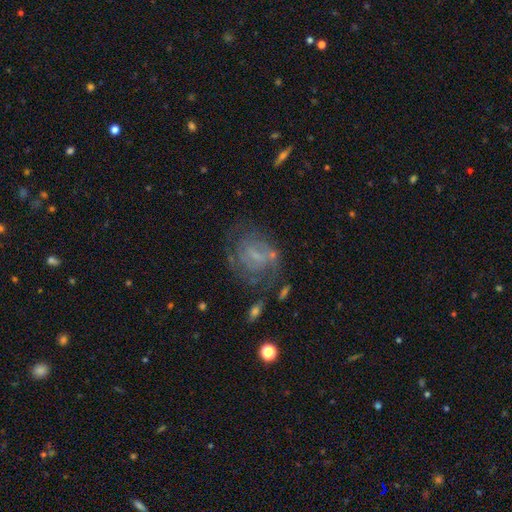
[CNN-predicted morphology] smooth_or_featured: featured or disk (p=0.66) [alt: smooth p=0.22]
disk_edge_on: no (p=0.97) [alt: yes p=0.03]
bar: weak (p=0.49) [alt: no p=0.37]
has_spiral_arms: yes (p=0.73) [alt: no p=0.27]
bulge_size: small (p=0.47) [alt: none p=0.34]
merging: none (p=0.55) [alt: minor disturbance p=0.20]